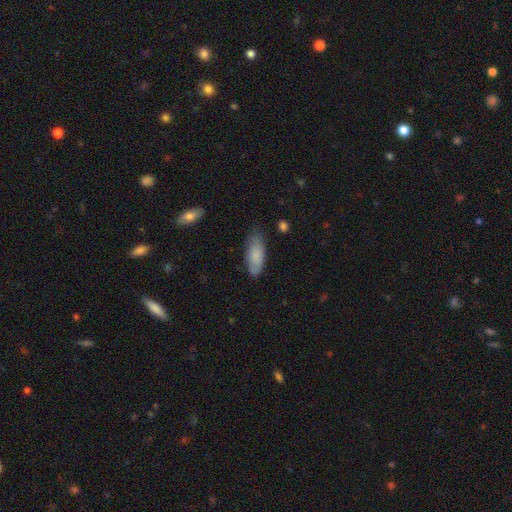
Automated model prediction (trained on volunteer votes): A smooth galaxy with no disk features (79%) that is in between round and cigar-shaped (78%).

Vote fractions:
- Smooth or featured? smooth: 79% / featured or disk: 15% / star or artifact: 6%
- How rounded? in between: 78% / cigar-shaped: 20% / round: 2%
- Merging? none: 69% / minor disturbance: 24% / major disturbance: 5% / merger: 2%